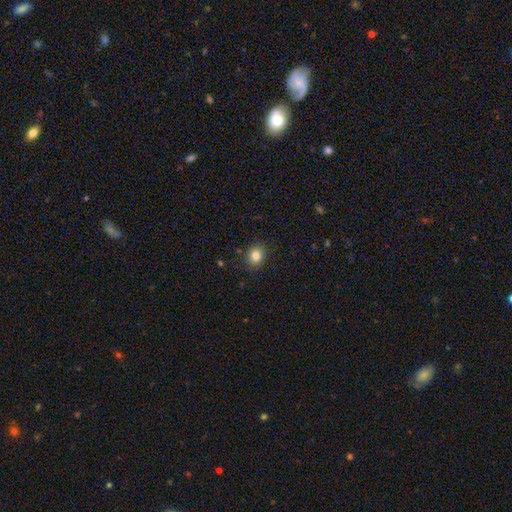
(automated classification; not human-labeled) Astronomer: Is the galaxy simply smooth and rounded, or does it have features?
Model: smooth — 83%.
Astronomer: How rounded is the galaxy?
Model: round — 70%.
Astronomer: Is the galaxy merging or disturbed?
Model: none — 88%.